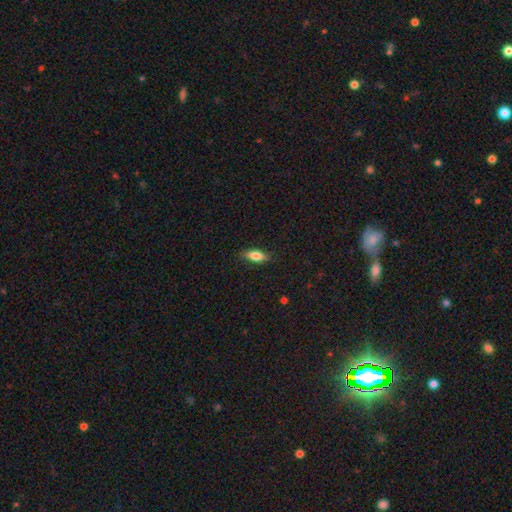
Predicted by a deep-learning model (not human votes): Smooth or featured: smooth — 76% (featured or disk — 17%)
How rounded: in between — 68% (cigar-shaped — 29%)
Merging: none — 85% (minor disturbance — 11%)